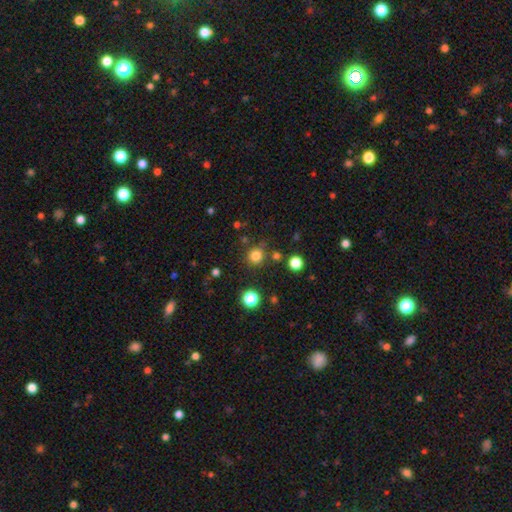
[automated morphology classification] smooth 81%, star or artifact 15%, featured or disk 5%. Down the decision tree: how rounded — round (91%); merging — none (82%).